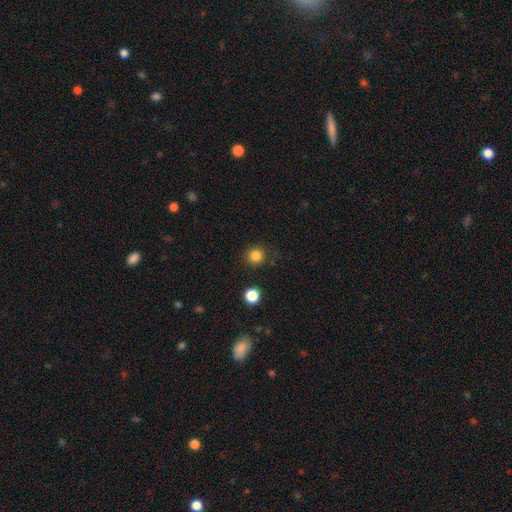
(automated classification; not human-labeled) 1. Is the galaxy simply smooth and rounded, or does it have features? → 84% smooth, 12% star or artifact, 4% featured or disk.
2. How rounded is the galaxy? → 93% round, 6% in between, 1% cigar-shaped.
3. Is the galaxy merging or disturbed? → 87% none, 8% minor disturbance, 3% major disturbance, 2% merger.